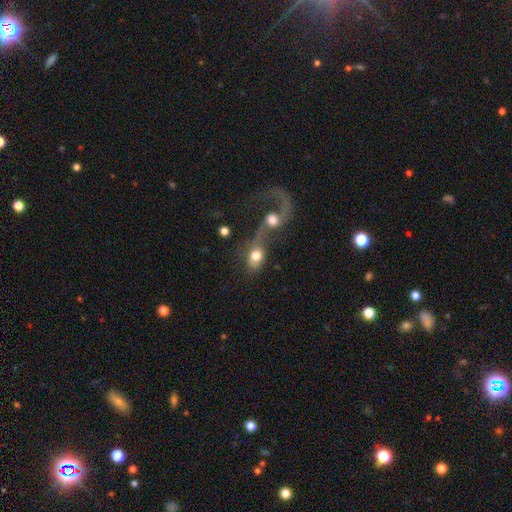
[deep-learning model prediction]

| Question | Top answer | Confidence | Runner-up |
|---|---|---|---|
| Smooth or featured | smooth | 60% | featured or disk (30%) |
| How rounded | in between | 60% | round (37%) |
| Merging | merger | 71% | none (12%) |